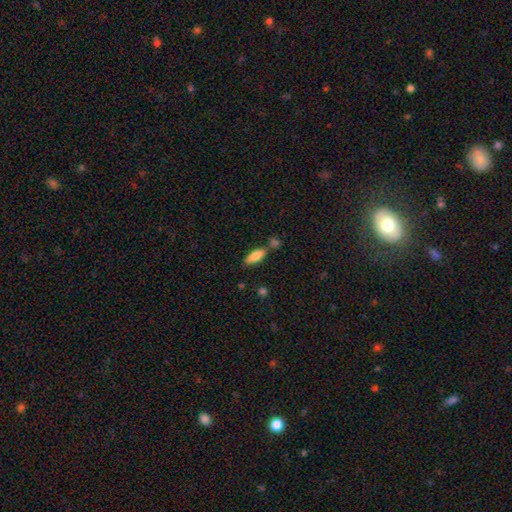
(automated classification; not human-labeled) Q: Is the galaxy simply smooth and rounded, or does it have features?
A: smooth — 82%.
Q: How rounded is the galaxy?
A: in between — 68%.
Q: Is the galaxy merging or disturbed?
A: none — 63%.